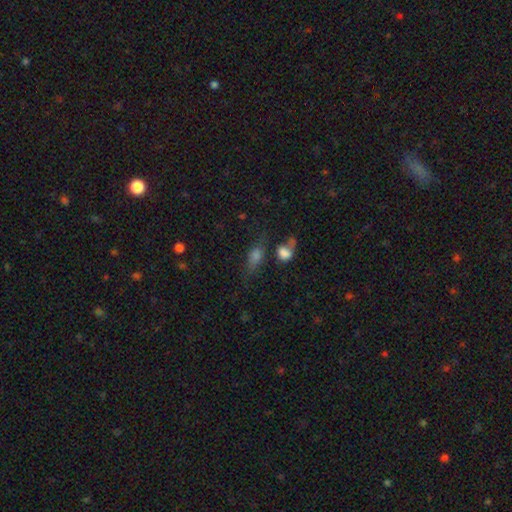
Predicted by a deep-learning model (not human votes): smooth-or-featured: smooth: 64% | star or artifact: 19% | featured or disk: 17%
  how-rounded: in between: 66% | cigar-shaped: 19% | round: 16%
  merging: none: 50% | minor disturbance: 19% | merger: 18% | major disturbance: 13%